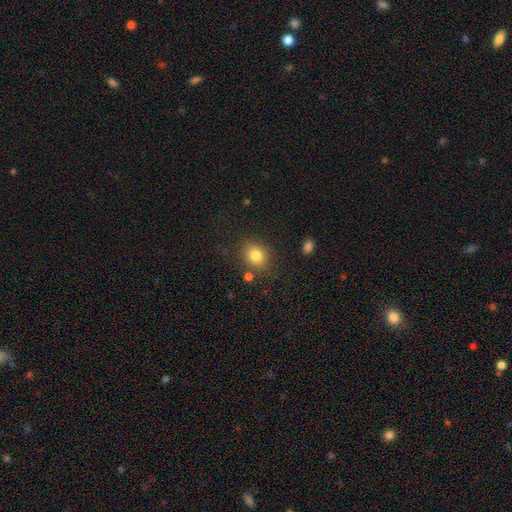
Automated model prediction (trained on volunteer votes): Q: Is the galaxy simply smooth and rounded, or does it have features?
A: smooth — 81%.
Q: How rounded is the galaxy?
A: round — 60%.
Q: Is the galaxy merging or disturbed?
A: none — 81%.